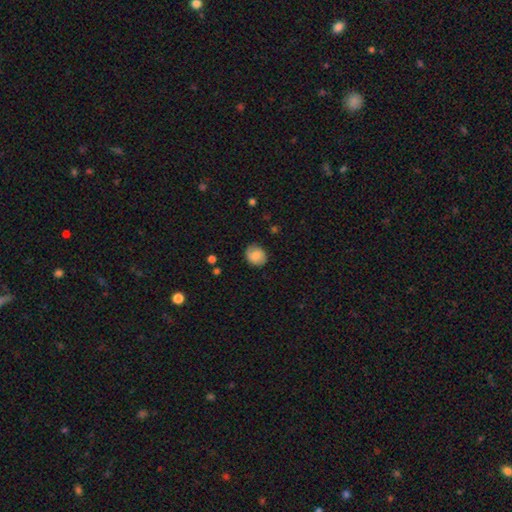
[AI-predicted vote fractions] Smooth or featured? Predicted: smooth (p=0.67). How rounded? Predicted: round (p=0.66). Merging? Predicted: none (p=0.81).